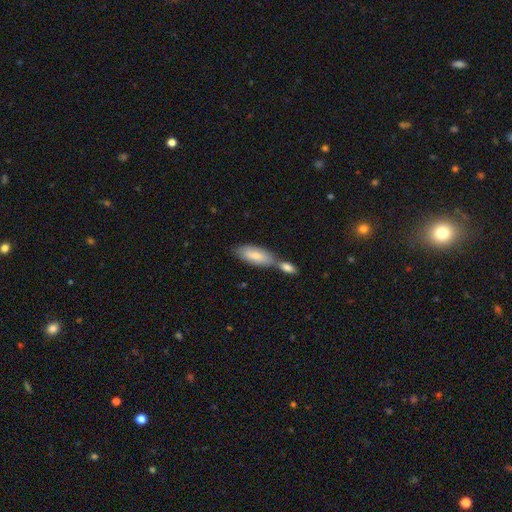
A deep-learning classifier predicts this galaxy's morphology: A smooth galaxy with no disk features (75%) that is in between round and cigar-shaped (75%).

Vote fractions:
- Smooth or featured? smooth: 75% / featured or disk: 19% / star or artifact: 5%
- How rounded? in between: 75% / cigar-shaped: 23% / round: 2%
- Merging? merger: 46% / none: 39% / minor disturbance: 12% / major disturbance: 3%